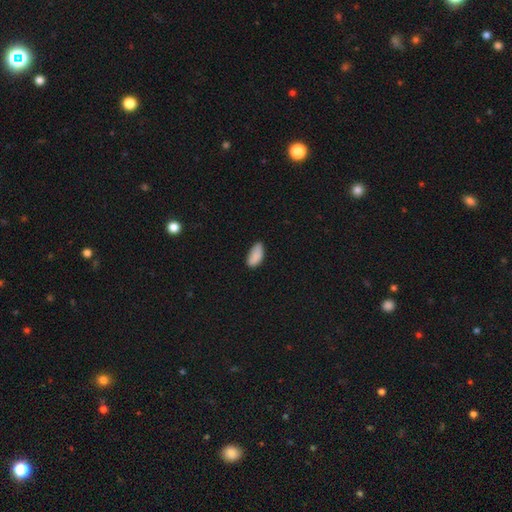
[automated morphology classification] Smooth or featured? smooth (88%)
How rounded? in between (91%)
Merging? none (67%)